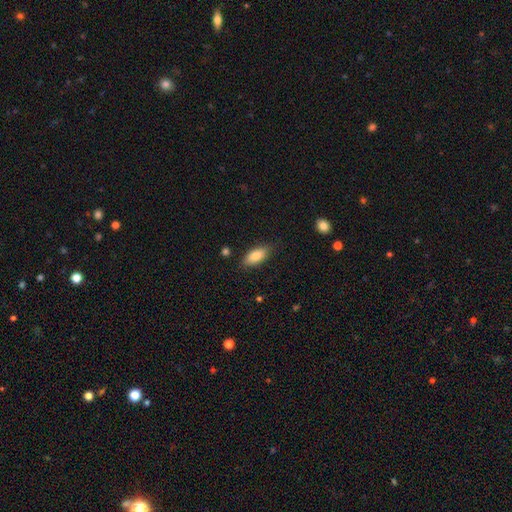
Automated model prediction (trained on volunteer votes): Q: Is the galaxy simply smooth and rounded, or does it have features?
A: smooth — 80%.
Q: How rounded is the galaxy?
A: in between — 85%.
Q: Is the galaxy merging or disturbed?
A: none — 84%.